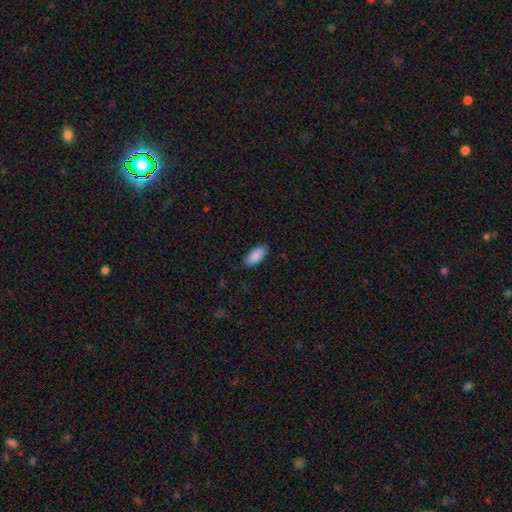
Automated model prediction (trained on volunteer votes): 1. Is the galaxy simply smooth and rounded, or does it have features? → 89% smooth, 6% star or artifact, 5% featured or disk.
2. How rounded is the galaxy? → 90% in between, 8% cigar-shaped, 2% round.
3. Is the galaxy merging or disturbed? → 85% none, 11% minor disturbance, 2% major disturbance, 1% merger.